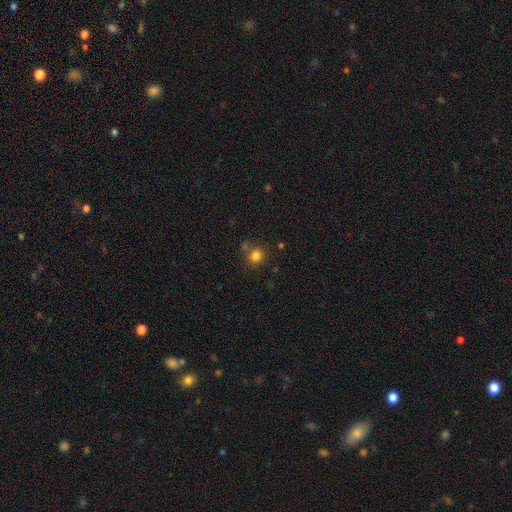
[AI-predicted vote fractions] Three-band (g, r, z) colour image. It shows a smooth galaxy with no disk features (81%) that is round (84%). Merging: none (71%).